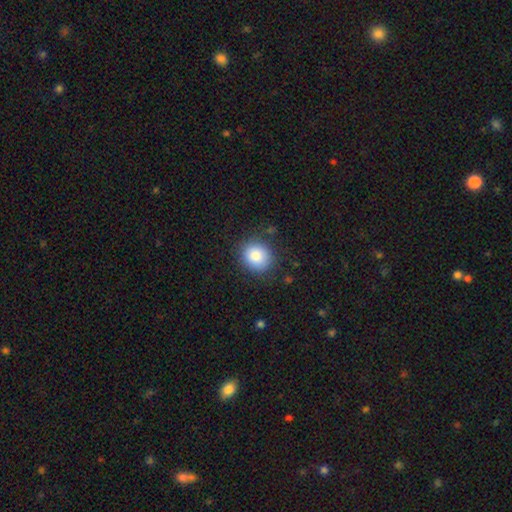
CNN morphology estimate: smooth-or-featured: smooth: 83% | star or artifact: 9% | featured or disk: 8%
  how-rounded: round: 80% | in between: 19% | cigar-shaped: 1%
  merging: none: 85% | minor disturbance: 10% | major disturbance: 3% | merger: 1%